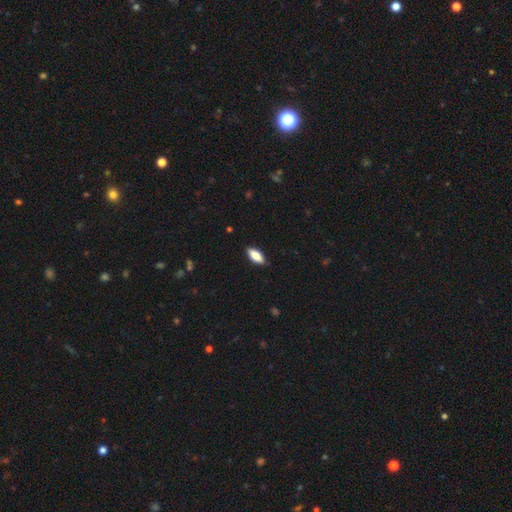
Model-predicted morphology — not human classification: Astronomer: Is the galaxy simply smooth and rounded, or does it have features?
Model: smooth — 79%.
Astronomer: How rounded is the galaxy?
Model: in between — 81%.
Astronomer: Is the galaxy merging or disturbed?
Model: none — 88%.